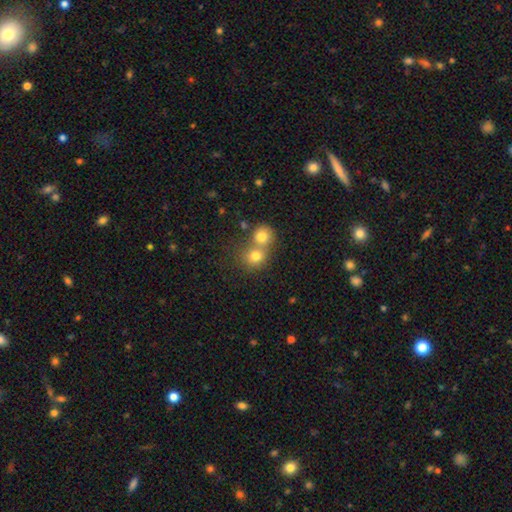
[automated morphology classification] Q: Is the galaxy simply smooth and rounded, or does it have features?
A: smooth — 76%.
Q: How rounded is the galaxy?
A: round — 82%.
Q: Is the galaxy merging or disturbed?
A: merger — 58%.